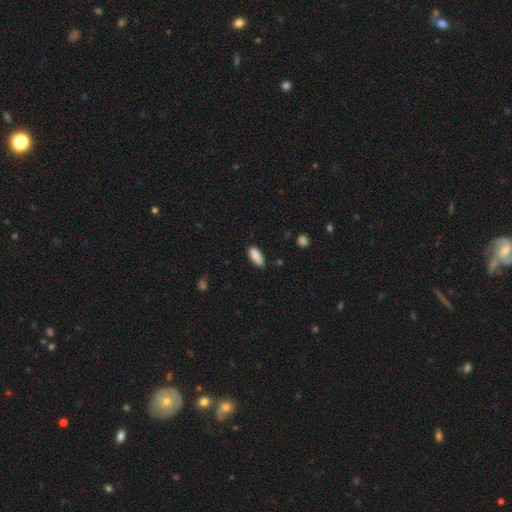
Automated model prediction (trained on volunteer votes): The model was most divided on "merging": none: 77%, minor disturbance: 18%, major disturbance: 3%, merger: 2%. More confident: smooth or featured — smooth (88%); how rounded — in between (82%).